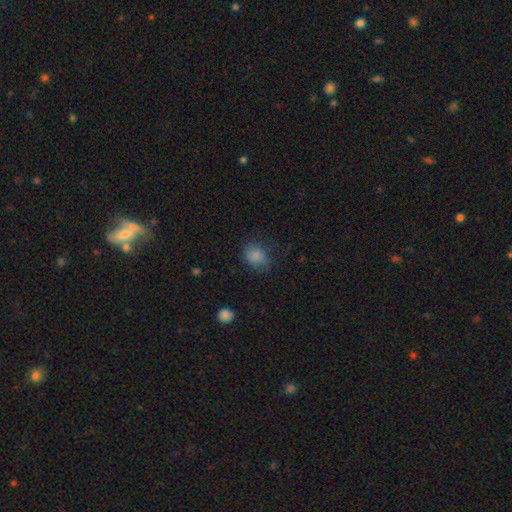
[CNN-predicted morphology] Smooth or featured? Predicted: smooth (p=0.84). How rounded? Predicted: round (p=0.59). Merging? Predicted: none (p=0.66).